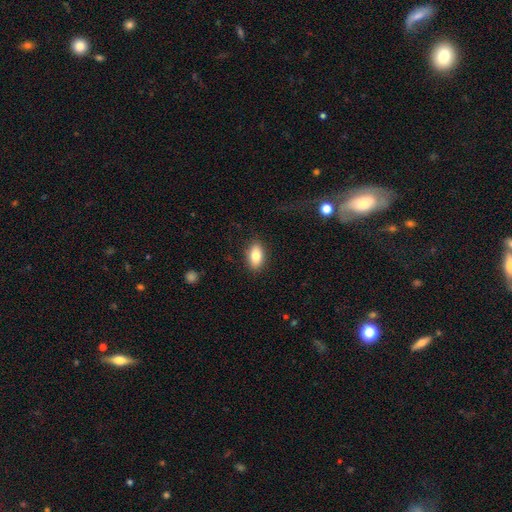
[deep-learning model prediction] The model was most divided on "smooth or featured": smooth: 82%, featured or disk: 11%, star or artifact: 7%. More confident: how rounded — in between (89%); merging — none (87%).